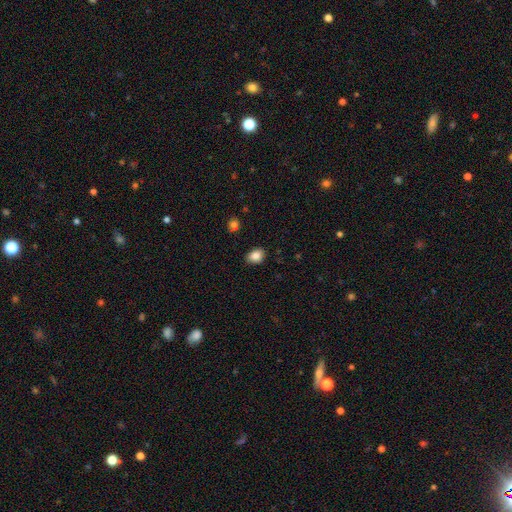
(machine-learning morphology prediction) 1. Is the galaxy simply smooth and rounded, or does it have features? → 85% smooth, 9% star or artifact, 6% featured or disk.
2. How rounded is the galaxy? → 64% in between, 35% round, 1% cigar-shaped.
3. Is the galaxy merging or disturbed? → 86% none, 10% minor disturbance, 2% major disturbance, 1% merger.